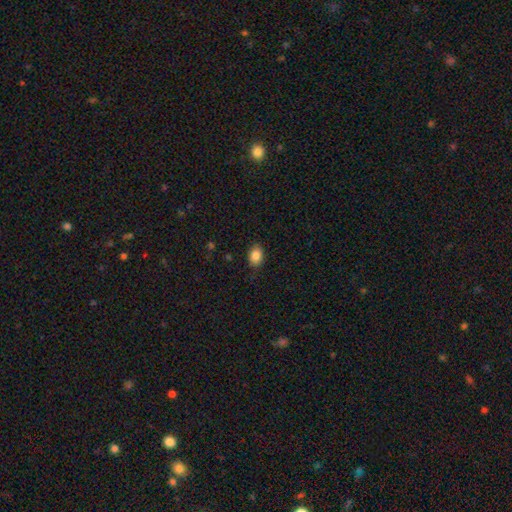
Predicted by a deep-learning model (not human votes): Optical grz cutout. It shows a smooth galaxy with no disk features (87%) that is in between round and cigar-shaped (80%). Merging: none (87%).